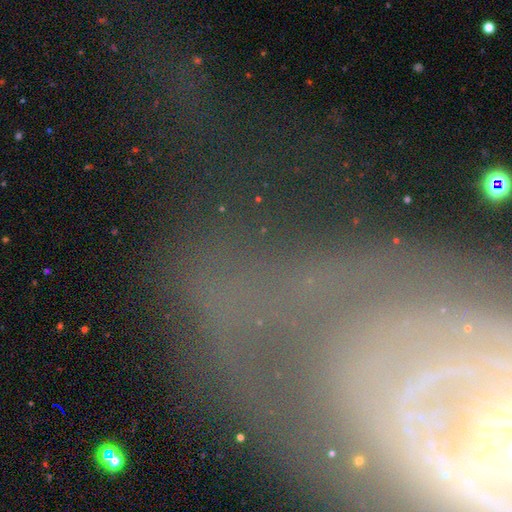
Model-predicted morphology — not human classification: Smooth or featured? featured or disk (61%)
Edge-on disk? no (87%)
Bar? no (41%)
Spiral arms? yes (77%)
Bulge size? small (43%)
Merging? none (59%)